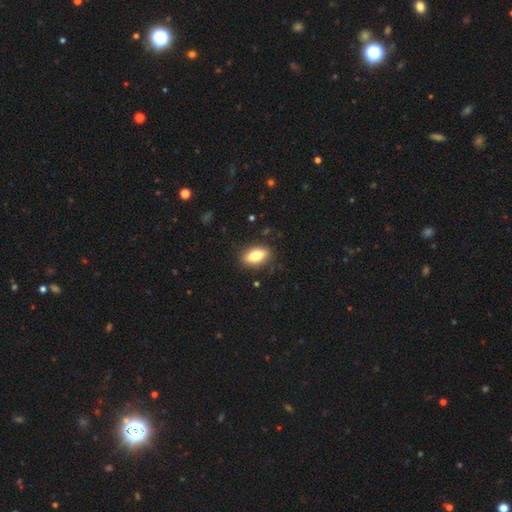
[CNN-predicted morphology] A smooth galaxy with no disk features (76%) that is in between round and cigar-shaped (82%).

Vote fractions:
- Smooth or featured? smooth: 76% / featured or disk: 16% / star or artifact: 7%
- How rounded? in between: 82% / cigar-shaped: 13% / round: 5%
- Merging? none: 85% / minor disturbance: 11% / major disturbance: 3% / merger: 1%